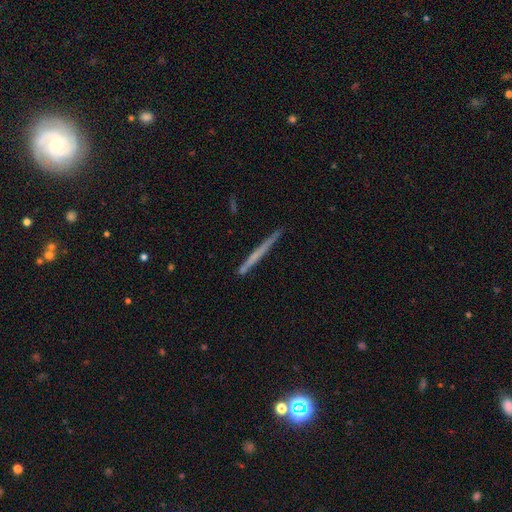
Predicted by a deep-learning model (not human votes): A featured or disk galaxy (47%).

Vote fractions:
- Smooth or featured? featured or disk: 47% / smooth: 46% / star or artifact: 6%
- Merging? none: 89% / minor disturbance: 8% / merger: 2% / major disturbance: 1%